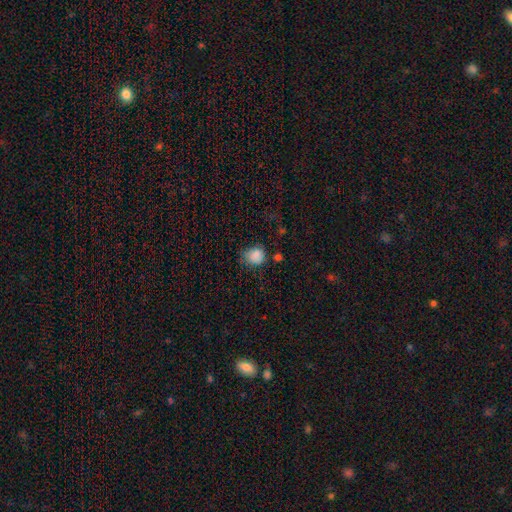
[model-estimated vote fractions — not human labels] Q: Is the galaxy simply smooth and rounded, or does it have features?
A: smooth — 84%.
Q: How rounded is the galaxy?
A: round — 77%.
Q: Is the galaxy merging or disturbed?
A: none — 63%.